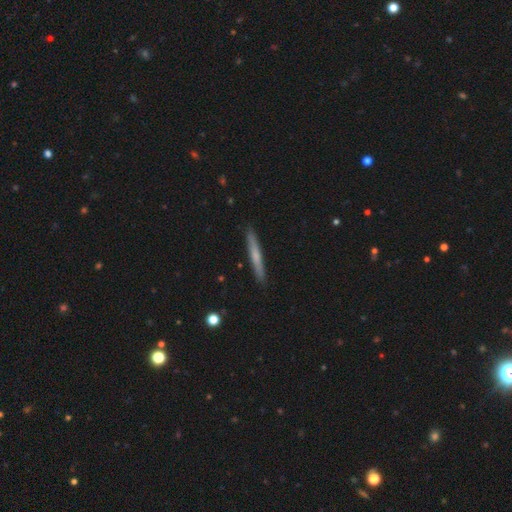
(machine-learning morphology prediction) A smooth galaxy with no disk features (57%) that is cigar-shaped (96%).

Vote fractions:
- Smooth or featured? smooth: 57% / featured or disk: 37% / star or artifact: 6%
- How rounded? cigar-shaped: 96% / in between: 3% / round: 1%
- Merging? none: 91% / minor disturbance: 6% / major disturbance: 1% / merger: 1%